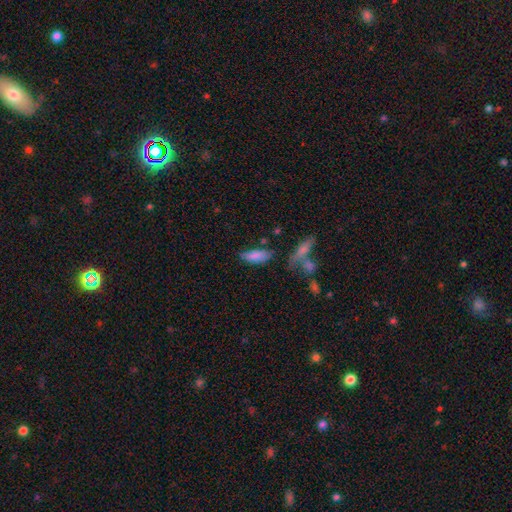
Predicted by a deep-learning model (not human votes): Smooth or featured: smooth — 82% (featured or disk — 10%)
How rounded: in between — 69% (cigar-shaped — 29%)
Merging: none — 57% (minor disturbance — 25%)